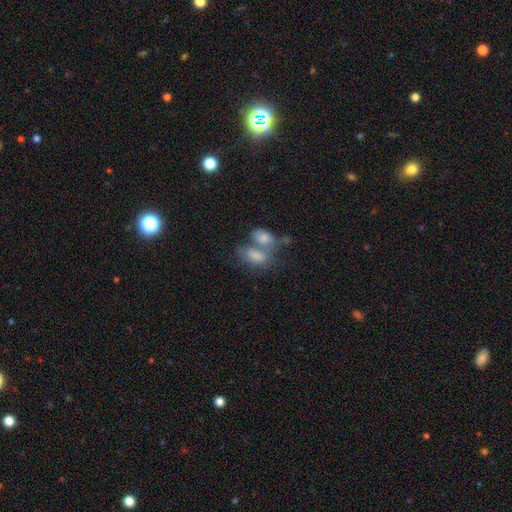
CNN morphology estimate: smooth-or-featured: smooth: 77% | featured or disk: 15% | star or artifact: 8%
  how-rounded: in between: 89% | round: 7% | cigar-shaped: 3%
  merging: merger: 64% | none: 19% | minor disturbance: 9% | major disturbance: 7%